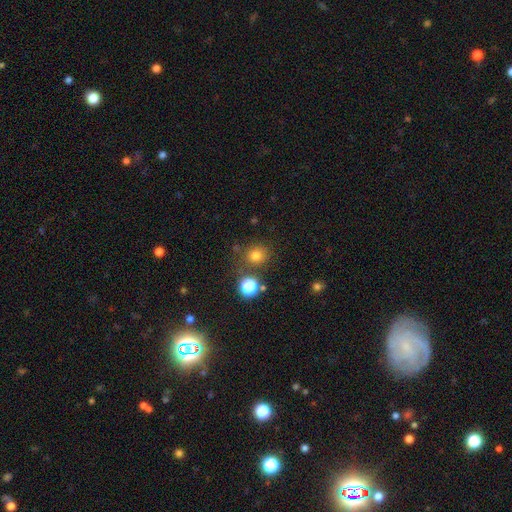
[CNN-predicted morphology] Smooth or featured? Predicted: smooth (p=0.75). How rounded? Predicted: round (p=0.86). Merging? Predicted: none (p=0.78).